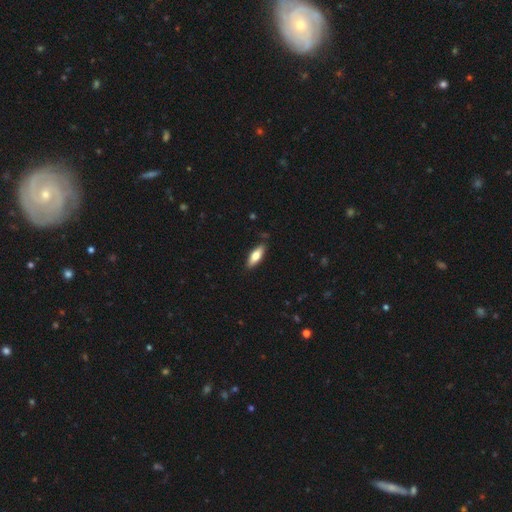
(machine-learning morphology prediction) smooth-or-featured: smooth: 72% | featured or disk: 22% | star or artifact: 6%
  how-rounded: in between: 63% | cigar-shaped: 35% | round: 2%
  merging: none: 87% | minor disturbance: 10% | major disturbance: 2% | merger: 1%